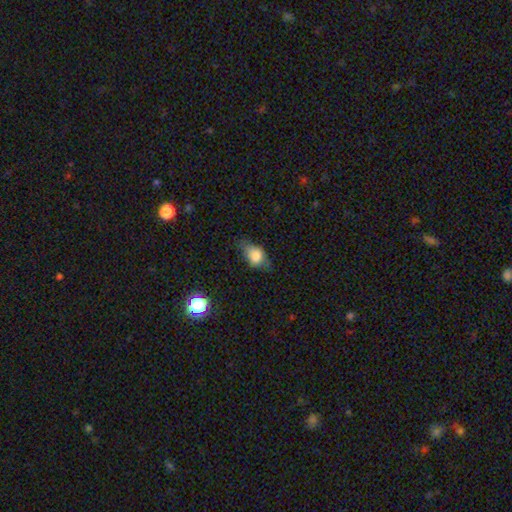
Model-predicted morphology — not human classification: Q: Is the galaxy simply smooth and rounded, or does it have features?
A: smooth — 77%.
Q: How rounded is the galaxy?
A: in between — 75%.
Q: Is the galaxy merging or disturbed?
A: none — 47%.